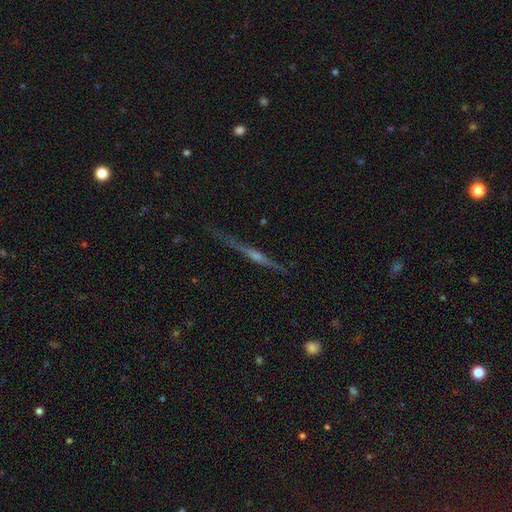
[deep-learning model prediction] Smooth or featured?
  - featured or disk: 76% *
  - smooth: 16%
  - star or artifact: 9%
Edge-on disk?
  - yes: 98% *
  - no: 2%
Edge-on bulge?
  - rounded: 65% *
  - none: 23%
  - boxy: 12%
Merging?
  - none: 82% *
  - minor disturbance: 13%
  - major disturbance: 3%
  - merger: 2%